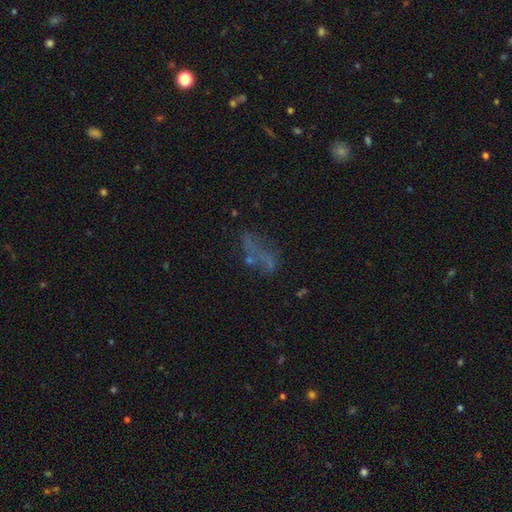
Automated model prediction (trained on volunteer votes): A featured or disk galaxy (40%). Merging: none (42%).